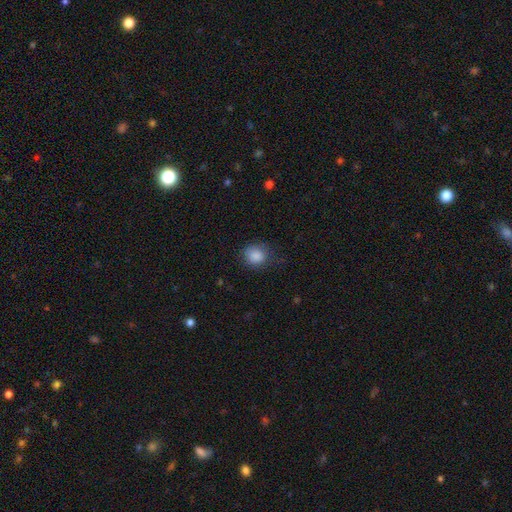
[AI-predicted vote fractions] Smooth or featured? smooth (87%)
How rounded? round (76%)
Merging? none (72%)